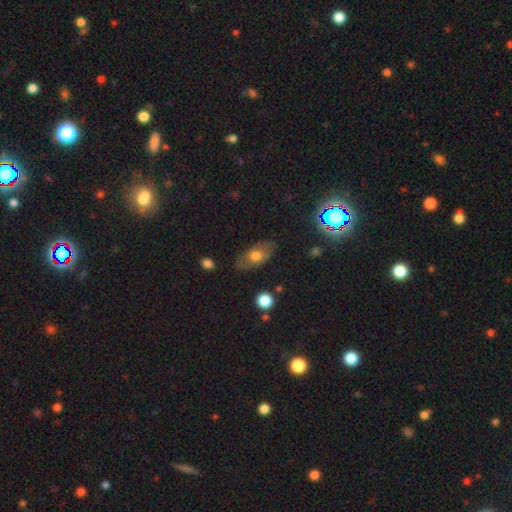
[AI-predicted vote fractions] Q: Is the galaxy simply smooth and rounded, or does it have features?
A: smooth — 63%.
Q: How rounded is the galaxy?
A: in between — 87%.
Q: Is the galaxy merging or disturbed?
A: none — 77%.